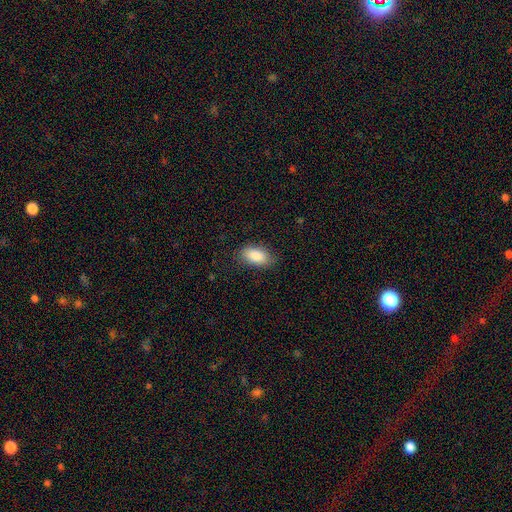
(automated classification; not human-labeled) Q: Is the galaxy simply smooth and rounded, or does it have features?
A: smooth — 86%.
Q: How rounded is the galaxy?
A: in between — 92%.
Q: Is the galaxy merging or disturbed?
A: none — 83%.